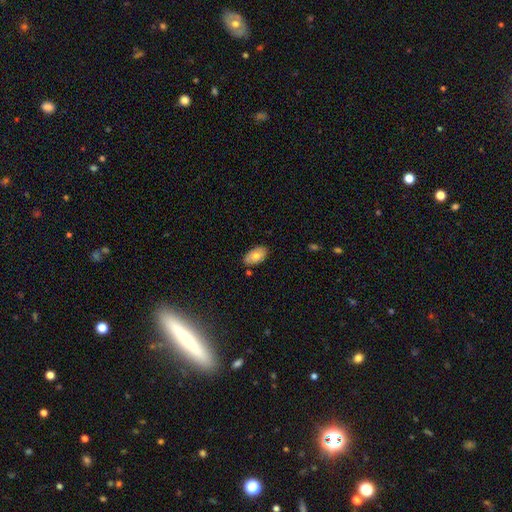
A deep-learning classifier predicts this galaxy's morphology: Smooth or featured? smooth (74%)
How rounded? in between (94%)
Merging? none (81%)